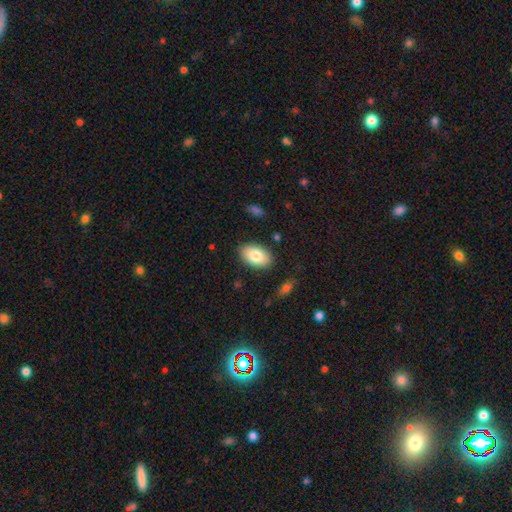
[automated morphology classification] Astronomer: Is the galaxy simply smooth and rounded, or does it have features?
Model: smooth — 81%.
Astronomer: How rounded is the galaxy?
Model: in between — 92%.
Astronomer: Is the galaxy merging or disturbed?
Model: none — 86%.